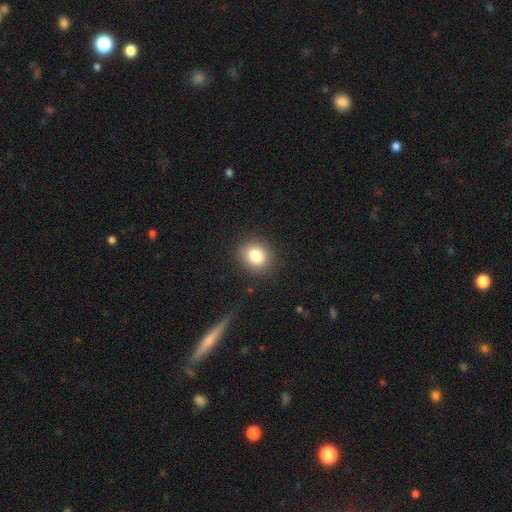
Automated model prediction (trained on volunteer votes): Q: Smooth or featured?
A: smooth (82%); runner-up: star or artifact (11%)
Q: How rounded?
A: round (71%); runner-up: in between (28%)
Q: Merging?
A: none (88%); runner-up: minor disturbance (8%)